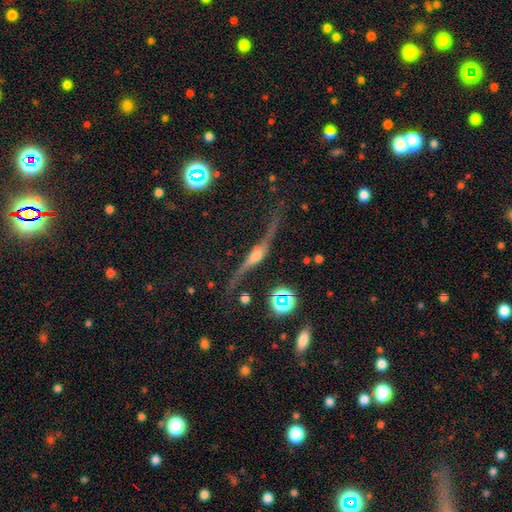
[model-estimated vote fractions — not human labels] This is clearly a featured or disk galaxy (80%). It is likely viewed edge-on (78%). Edge-on bulge: likely rounded (79%). Merging: likely none (63%).